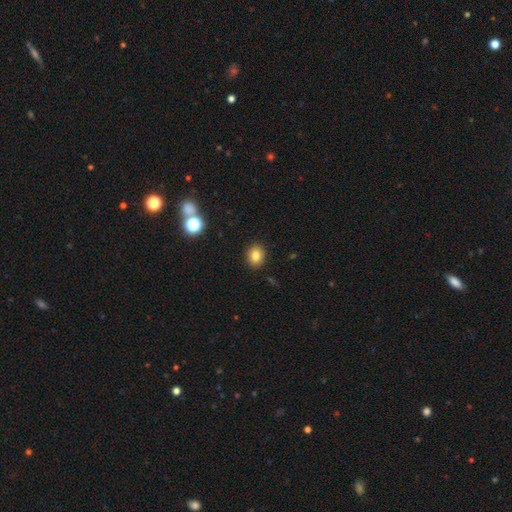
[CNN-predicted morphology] This is clearly a smooth galaxy (81%). How rounded: likely round (62%). Merging: clearly none (90%).